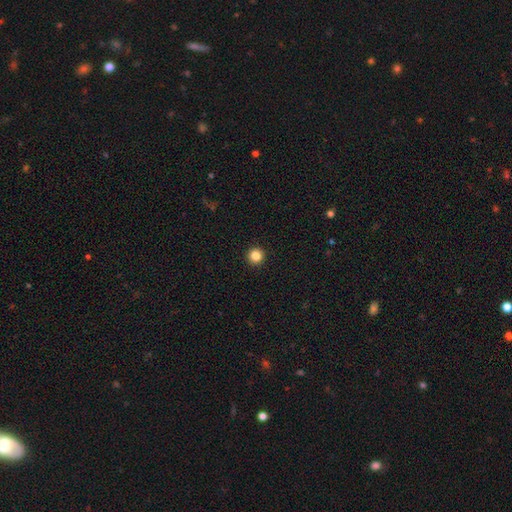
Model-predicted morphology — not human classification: smooth_or_featured: smooth (p=0.84) [alt: star or artifact p=0.11]
how_rounded: round (p=0.96) [alt: in between p=0.03]
merging: none (p=0.94) [alt: minor disturbance p=0.04]